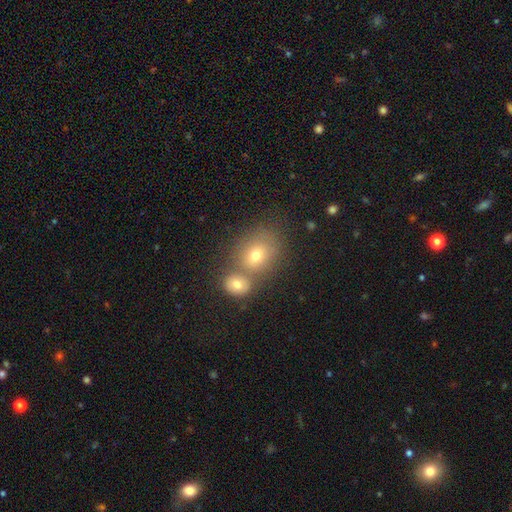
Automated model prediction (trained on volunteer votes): Morphology: type=smooth (70%); roundness=round (63%); merging=none (45%).